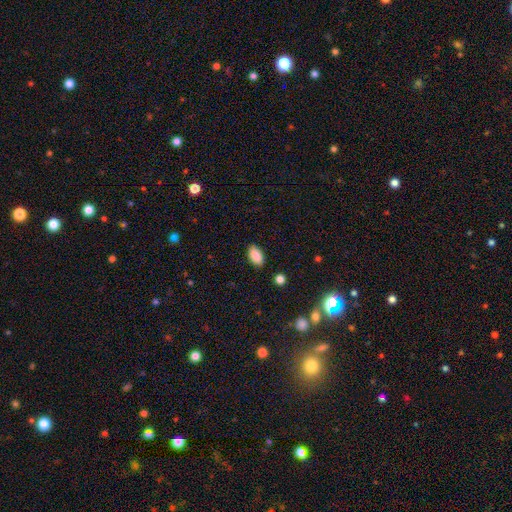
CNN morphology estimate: smooth-or-featured: smooth: 88% | star or artifact: 8% | featured or disk: 4%
  how-rounded: in between: 93% | round: 4% | cigar-shaped: 3%
  merging: none: 87% | minor disturbance: 9% | major disturbance: 2% | merger: 1%